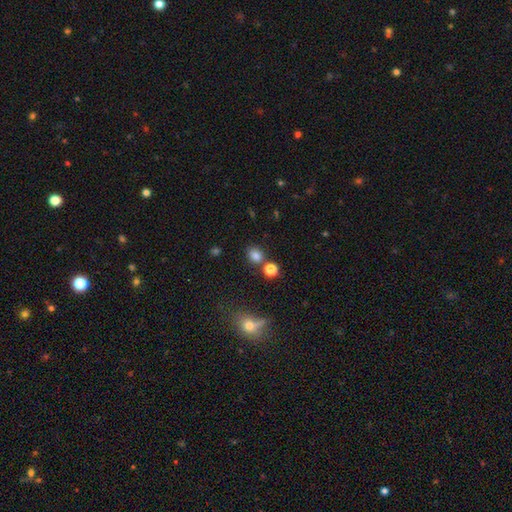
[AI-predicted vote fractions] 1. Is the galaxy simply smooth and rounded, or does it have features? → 79% smooth, 15% star or artifact, 6% featured or disk.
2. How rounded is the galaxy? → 62% round, 36% in between, 1% cigar-shaped.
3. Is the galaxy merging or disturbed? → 70% none, 16% merger, 10% minor disturbance, 4% major disturbance.